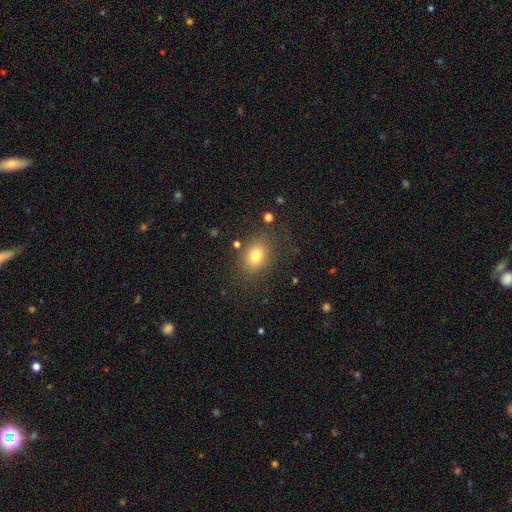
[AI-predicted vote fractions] A smooth galaxy with no disk features (77%) that is in between round and cigar-shaped (60%). Merging: none (78%).